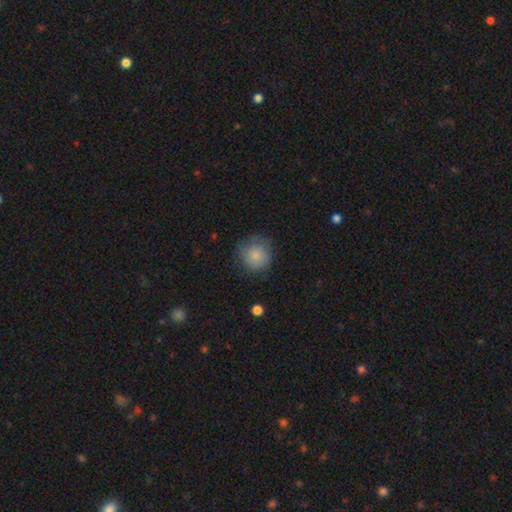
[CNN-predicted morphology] smooth-or-featured: smooth: 84% | star or artifact: 8% | featured or disk: 8%
  how-rounded: round: 91% | in between: 8% | cigar-shaped: 1%
  merging: none: 77% | minor disturbance: 16% | major disturbance: 5% | merger: 1%